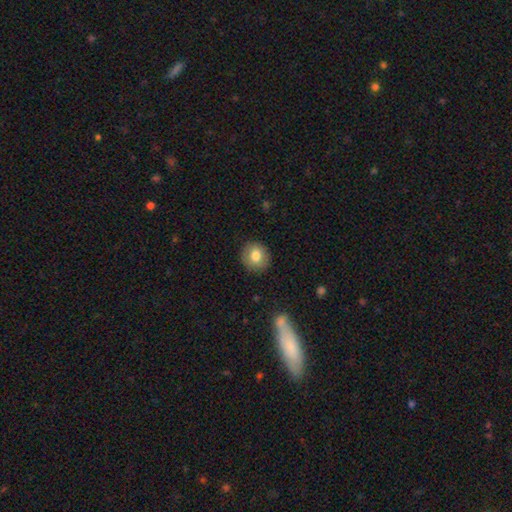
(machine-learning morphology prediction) A smooth galaxy with no disk features (79%) that is round (84%). Merging: none (88%).